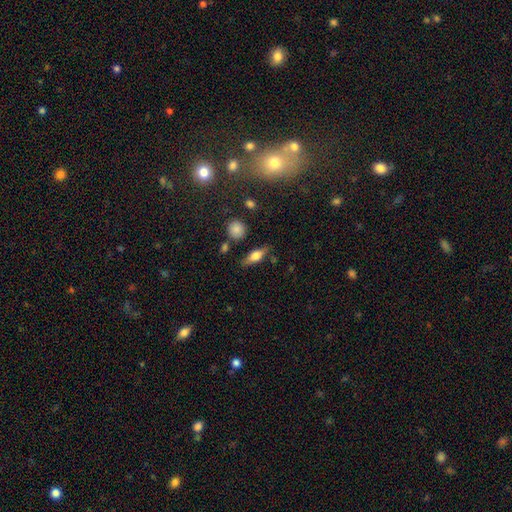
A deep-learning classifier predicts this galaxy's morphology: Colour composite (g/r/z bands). It shows a smooth galaxy with no disk features (59%) that is in between round and cigar-shaped (60%). Merging: none (76%).